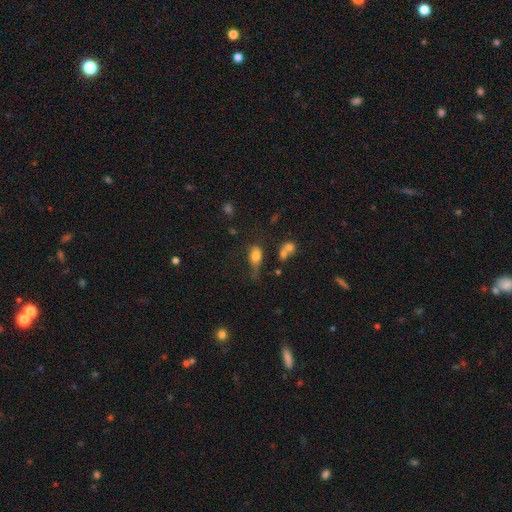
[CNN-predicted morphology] Smooth or featured: smooth — 74% (featured or disk — 16%)
How rounded: in between — 79% (round — 15%)
Merging: minor disturbance — 30% (none — 29%)